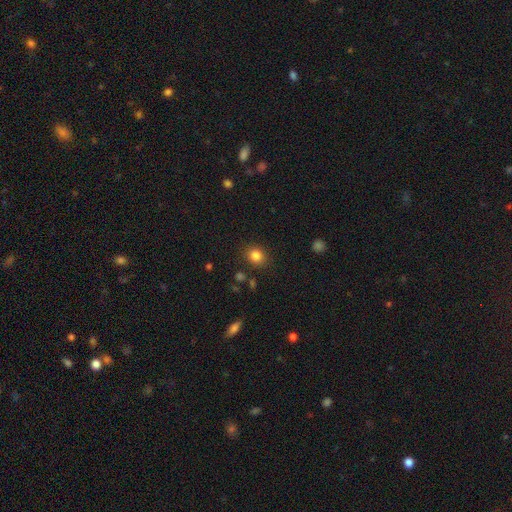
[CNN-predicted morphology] type=smooth (83%); roundness=round (68%); merging=none (85%).